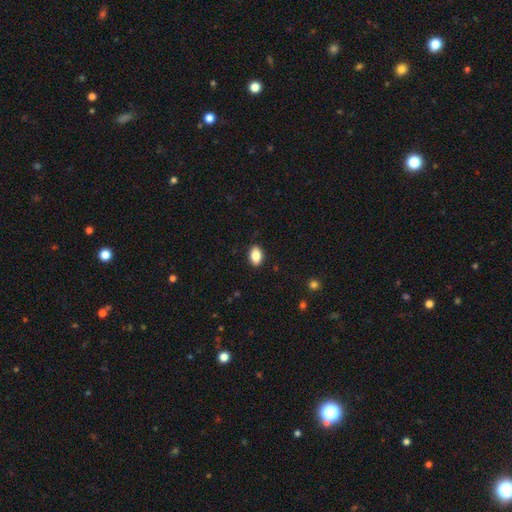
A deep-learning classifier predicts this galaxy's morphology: smooth_or_featured: smooth (p=0.85) [alt: star or artifact p=0.08]
how_rounded: in between (p=0.89) [alt: round p=0.09]
merging: none (p=0.89) [alt: minor disturbance p=0.08]